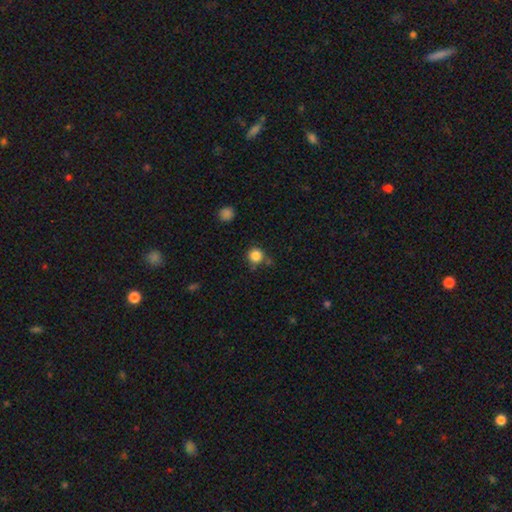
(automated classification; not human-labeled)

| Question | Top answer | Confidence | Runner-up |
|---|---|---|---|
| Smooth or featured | smooth | 84% | star or artifact (12%) |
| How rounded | round | 93% | in between (6%) |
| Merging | none | 75% | minor disturbance (13%) |